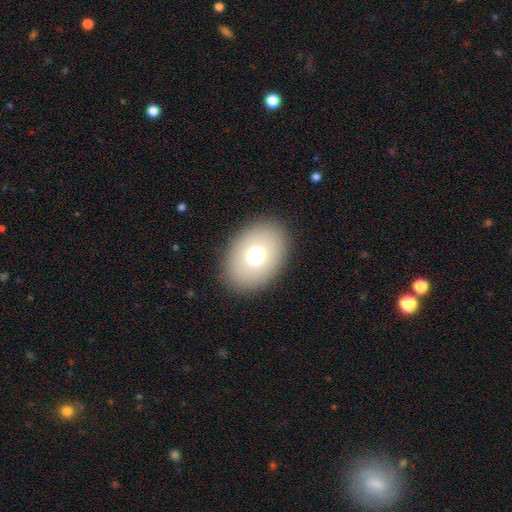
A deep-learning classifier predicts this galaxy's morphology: This appears to be a smooth galaxy with no disk features (70%) that is in between round and cigar-shaped (76%). Merging: none (89%).